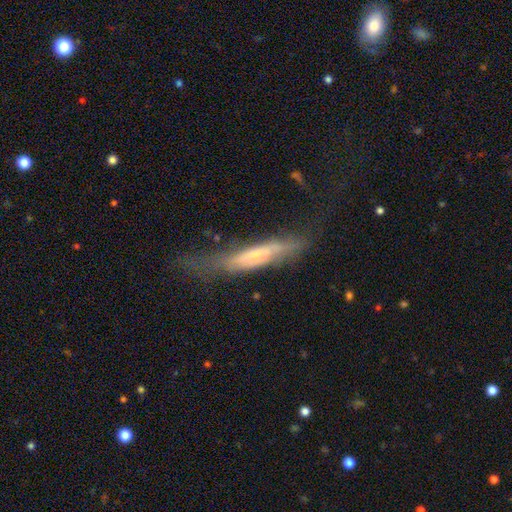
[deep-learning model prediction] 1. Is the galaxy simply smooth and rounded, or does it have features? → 55% featured or disk, 38% smooth, 7% star or artifact.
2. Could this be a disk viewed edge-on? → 68% yes, 32% no.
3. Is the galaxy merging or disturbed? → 47% none, 28% minor disturbance, 22% major disturbance, 3% merger.